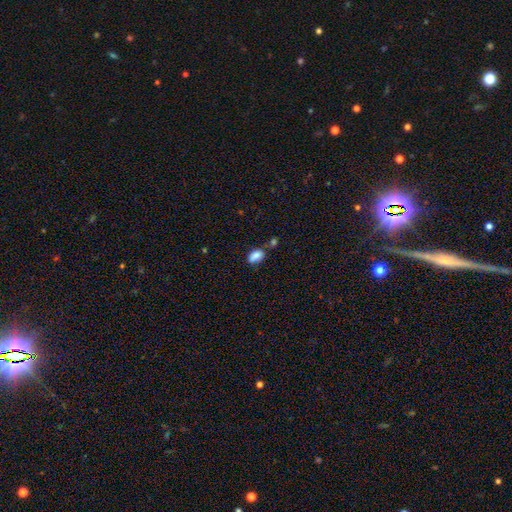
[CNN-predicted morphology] Smooth or featured? Predicted: smooth (p=0.83). How rounded? Predicted: in between (p=0.89). Merging? Predicted: none (p=0.54).